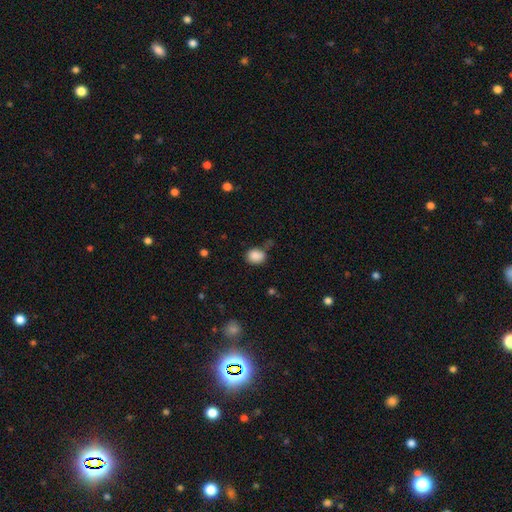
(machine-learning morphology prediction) Smooth or featured? Predicted: smooth (p=0.87). How rounded? Predicted: round (p=0.52). Merging? Predicted: none (p=0.67).